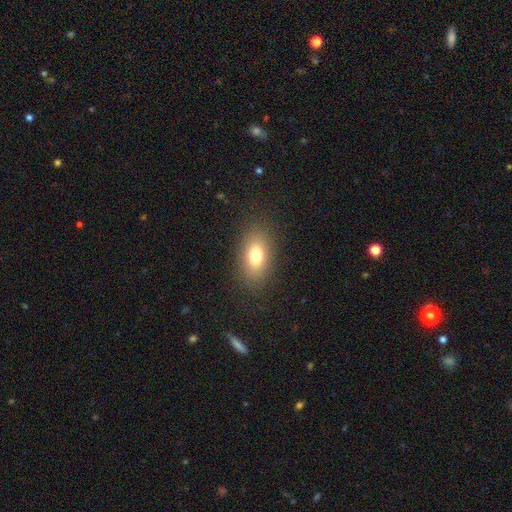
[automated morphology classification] A smooth galaxy with no disk features (76%) that is in between round and cigar-shaped (86%). Merging: none (86%).